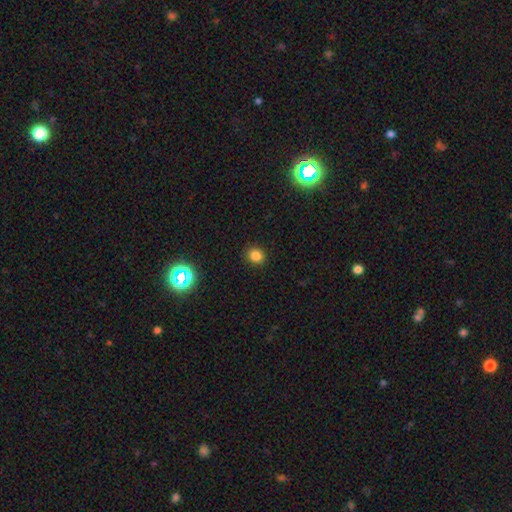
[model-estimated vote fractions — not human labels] Smooth or featured? smooth (81%)
How rounded? round (75%)
Merging? none (89%)